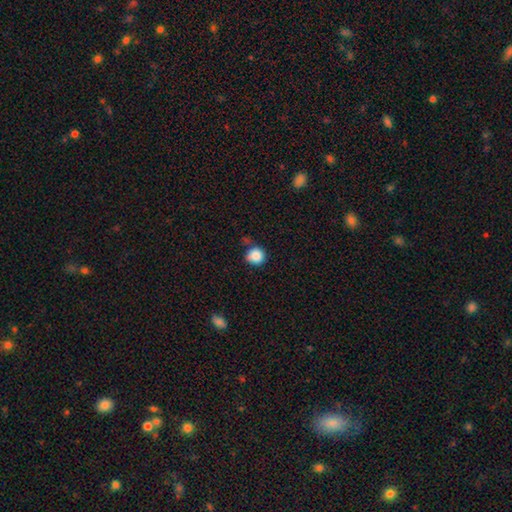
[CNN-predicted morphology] Smooth or featured? smooth (87%)
How rounded? round (90%)
Merging? none (64%)